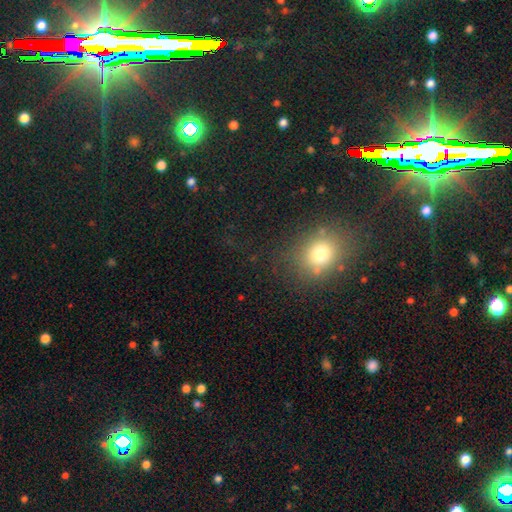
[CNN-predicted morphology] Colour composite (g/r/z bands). It shows a smooth galaxy with no disk features (47%). Merging: none (85%).